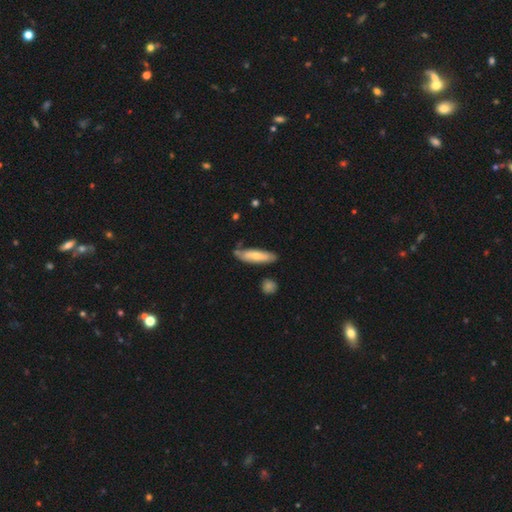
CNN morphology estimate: Smooth or featured? Predicted: smooth (p=0.61). How rounded? Predicted: cigar-shaped (p=0.58). Merging? Predicted: none (p=0.60).